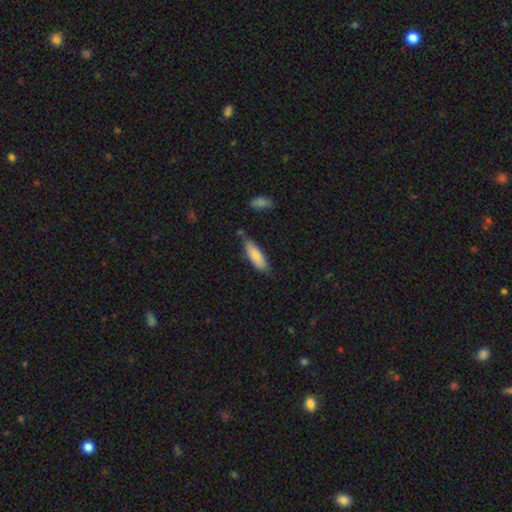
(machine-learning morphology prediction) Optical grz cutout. It shows a smooth galaxy with no disk features (80%) that is in between round and cigar-shaped (56%). Merging: none (69%).